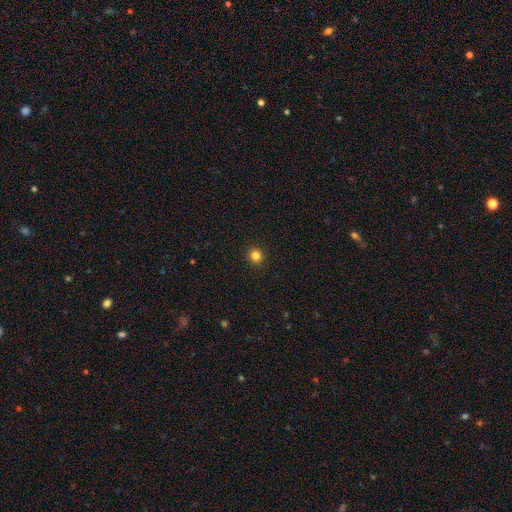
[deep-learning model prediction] Overall: smooth (83%). How rounded: round (91%). Merging: none (93%).